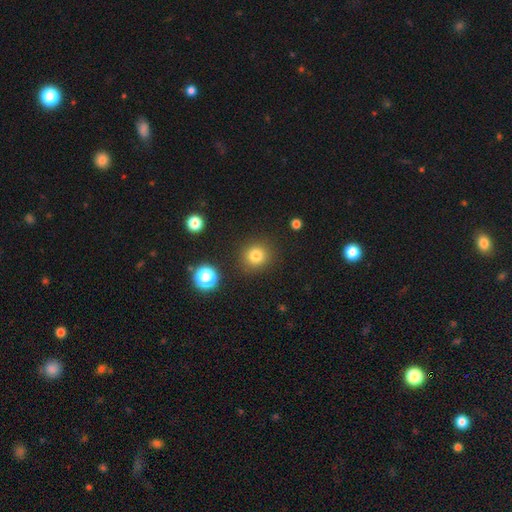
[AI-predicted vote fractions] This appears to be a smooth galaxy with no disk features (80%) that is round (88%). Merging: none (87%).